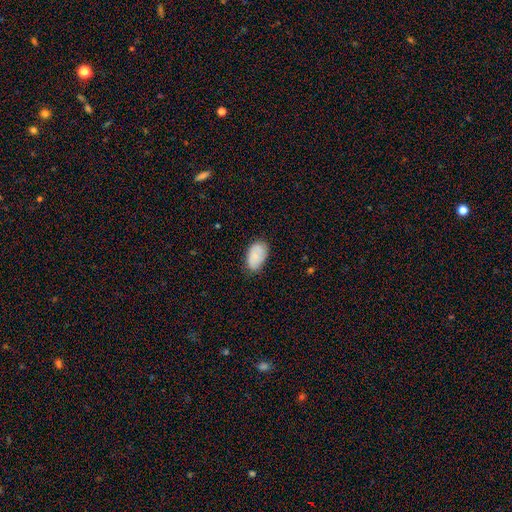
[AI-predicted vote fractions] The model was most divided on "merging": none: 72%, minor disturbance: 22%, major disturbance: 4%, merger: 1%. More confident: how rounded — in between (93%); smooth or featured — smooth (82%).